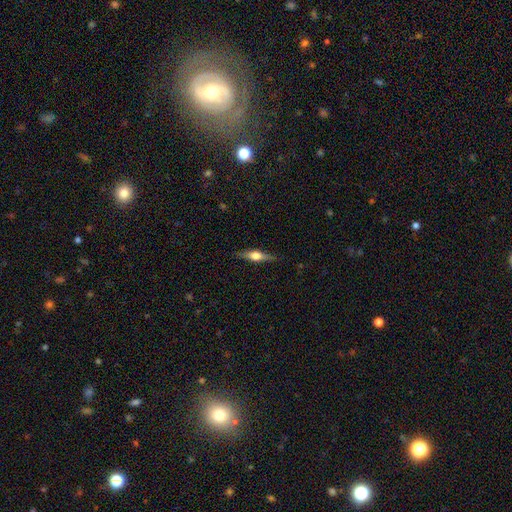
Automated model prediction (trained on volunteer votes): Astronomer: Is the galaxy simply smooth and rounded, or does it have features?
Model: featured or disk — 64%.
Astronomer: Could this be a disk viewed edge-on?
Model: yes — 96%.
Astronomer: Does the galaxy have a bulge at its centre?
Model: rounded — 93%.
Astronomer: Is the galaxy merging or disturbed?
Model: none — 88%.